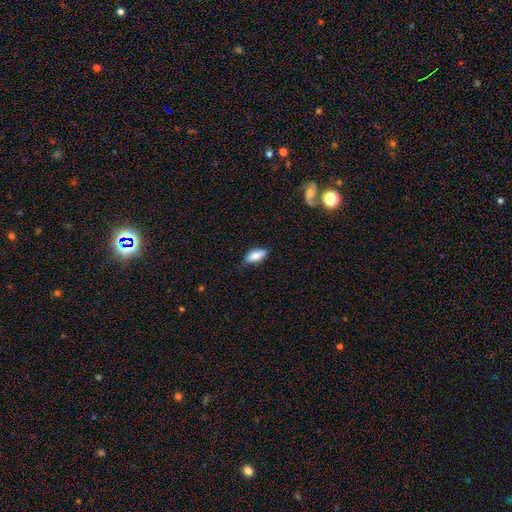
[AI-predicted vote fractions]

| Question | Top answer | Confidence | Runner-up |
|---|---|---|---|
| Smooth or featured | smooth | 78% | featured or disk (15%) |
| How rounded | in between | 83% | cigar-shaped (14%) |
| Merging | none | 75% | minor disturbance (20%) |